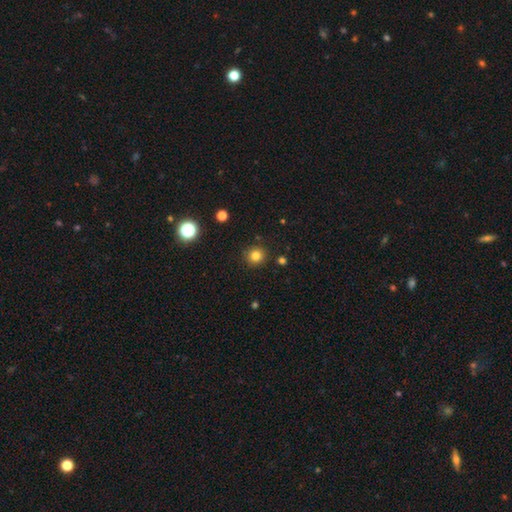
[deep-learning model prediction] The model was most divided on "smooth or featured": smooth: 82%, star or artifact: 13%, featured or disk: 5%. More confident: how rounded — round (93%); merging — none (90%).